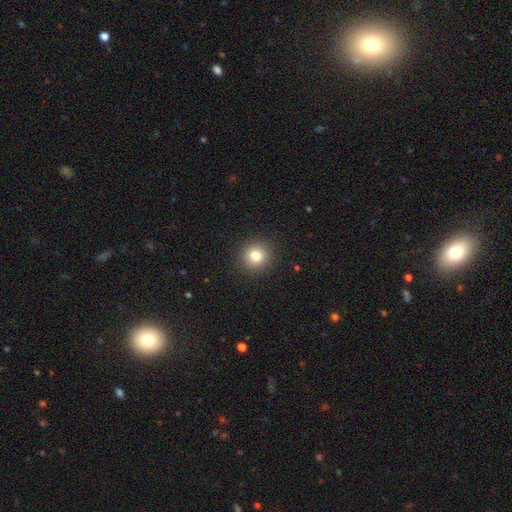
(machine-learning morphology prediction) A smooth galaxy with no disk features (80%) that is round (93%).

Vote fractions:
- Smooth or featured? smooth: 80% / star or artifact: 12% / featured or disk: 8%
- How rounded? round: 93% / in between: 6% / cigar-shaped: 1%
- Merging? none: 92% / minor disturbance: 5% / major disturbance: 2% / merger: 1%